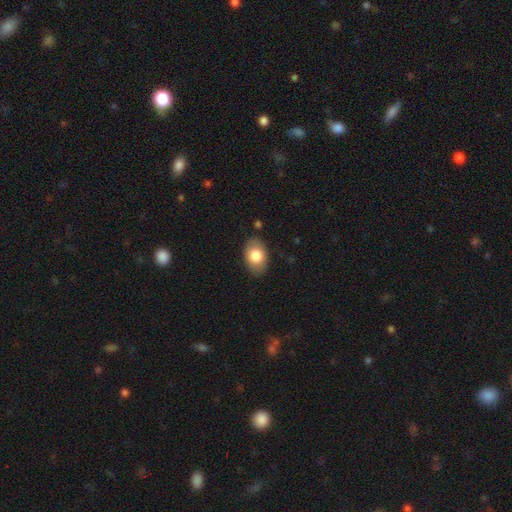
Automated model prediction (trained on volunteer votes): Overall: smooth (80%). How rounded: in between (85%). Merging: none (82%).